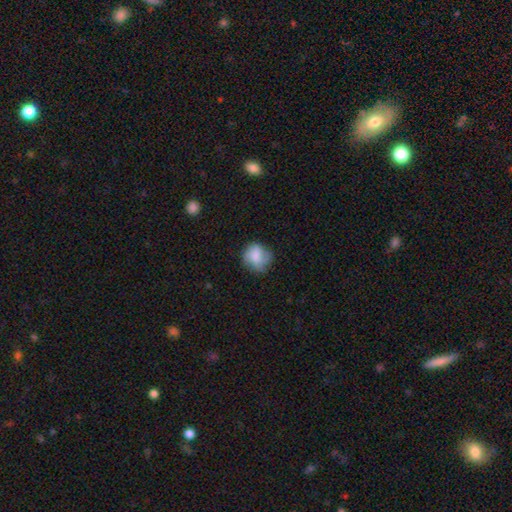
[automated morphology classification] Q: Smooth or featured?
A: smooth (65%); runner-up: featured or disk (27%)
Q: How rounded?
A: round (79%); runner-up: in between (20%)
Q: Merging?
A: none (64%); runner-up: minor disturbance (24%)